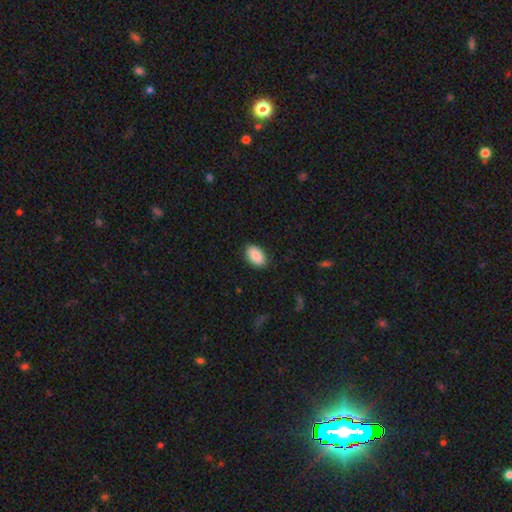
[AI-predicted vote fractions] Morphology: type=smooth (87%); roundness=in between (92%); merging=none (87%).